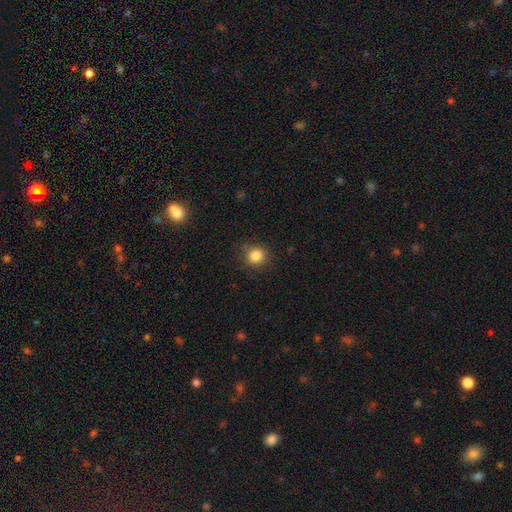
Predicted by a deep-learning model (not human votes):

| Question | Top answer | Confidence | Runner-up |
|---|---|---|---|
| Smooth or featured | smooth | 84% | star or artifact (11%) |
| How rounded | round | 88% | in between (11%) |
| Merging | none | 88% | minor disturbance (9%) |